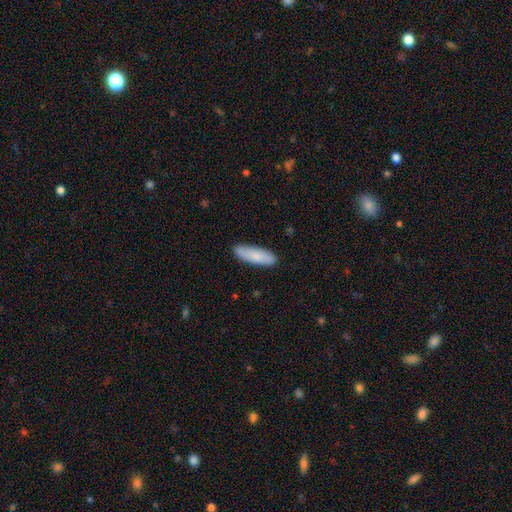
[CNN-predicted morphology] smooth 82%, featured or disk 13%, star or artifact 6%. Down the decision tree: how rounded — cigar-shaped (53%); merging — none (87%).